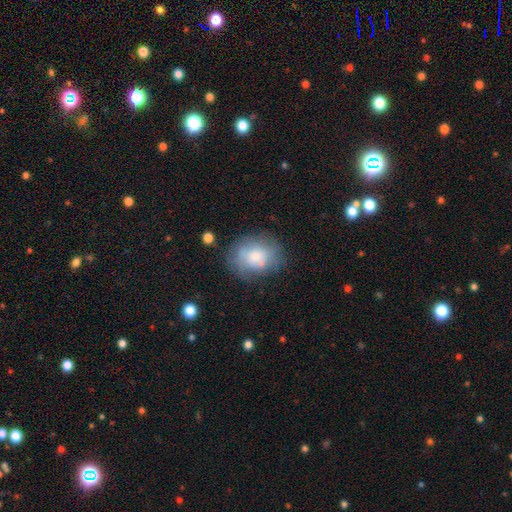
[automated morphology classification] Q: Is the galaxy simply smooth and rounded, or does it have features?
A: smooth — 64%.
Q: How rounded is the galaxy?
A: in between — 59%.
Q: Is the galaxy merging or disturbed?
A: none — 68%.